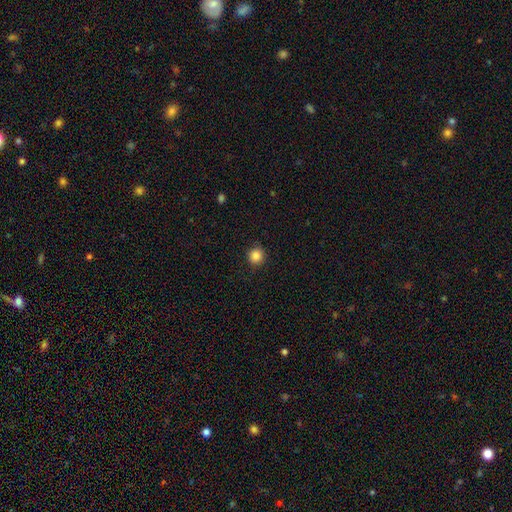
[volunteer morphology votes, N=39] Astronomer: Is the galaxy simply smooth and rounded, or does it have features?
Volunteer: smooth — 92%.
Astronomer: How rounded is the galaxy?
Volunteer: round — 94%.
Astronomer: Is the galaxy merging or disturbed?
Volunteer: none — 84%.